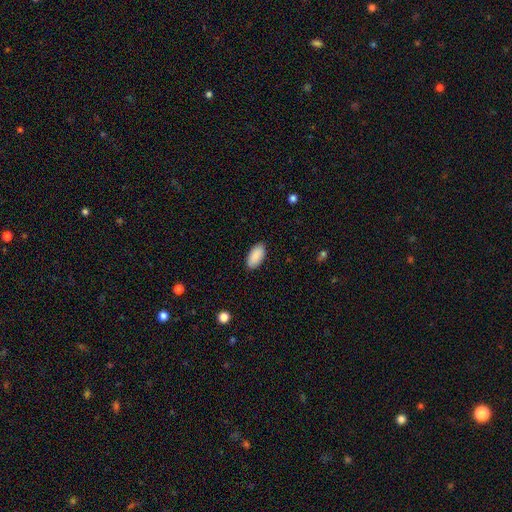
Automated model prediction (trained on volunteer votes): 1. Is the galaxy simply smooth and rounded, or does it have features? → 90% smooth, 6% star or artifact, 4% featured or disk.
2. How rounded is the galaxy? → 94% in between, 4% cigar-shaped, 2% round.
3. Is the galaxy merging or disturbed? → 89% none, 8% minor disturbance, 2% major disturbance, 1% merger.